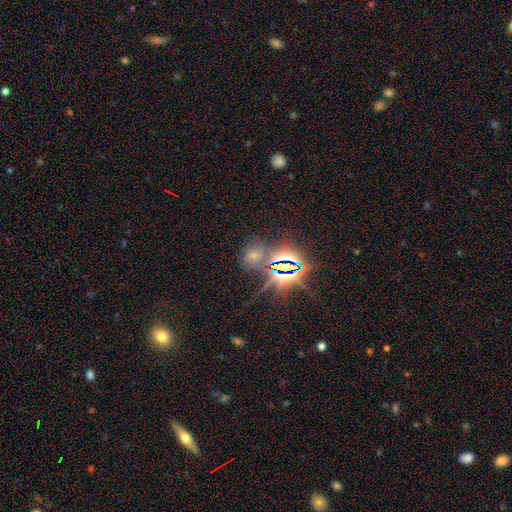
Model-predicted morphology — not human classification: A star or artifact, not a galaxy (61%).

Vote fractions:
- Smooth or featured? star or artifact: 61% / smooth: 28% / featured or disk: 11%